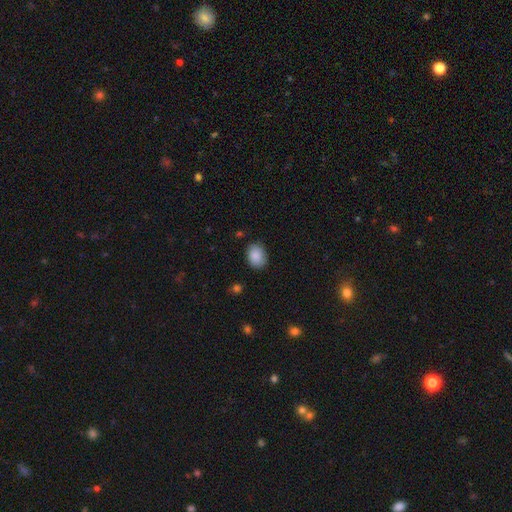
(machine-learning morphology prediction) smooth-or-featured: smooth: 87% | star or artifact: 7% | featured or disk: 5%
  how-rounded: in between: 64% | round: 35% | cigar-shaped: 1%
  merging: none: 79% | minor disturbance: 16% | major disturbance: 3% | merger: 1%